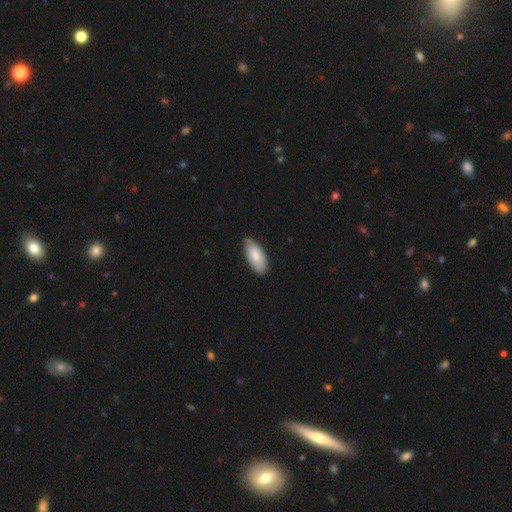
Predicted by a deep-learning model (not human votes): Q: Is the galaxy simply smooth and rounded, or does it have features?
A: smooth — 82%.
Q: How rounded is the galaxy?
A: in between — 89%.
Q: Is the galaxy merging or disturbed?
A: none — 77%.